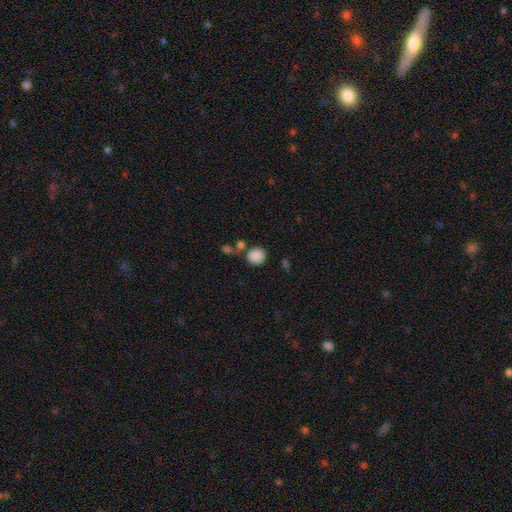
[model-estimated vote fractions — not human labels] smooth 87%, star or artifact 9%, featured or disk 4%. Down the decision tree: how rounded — round (81%); merging — none (68%).